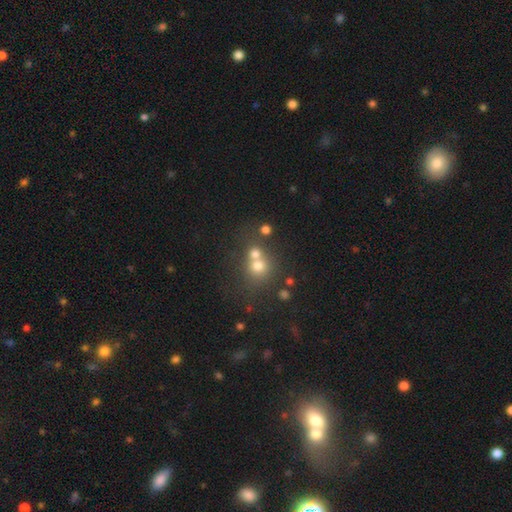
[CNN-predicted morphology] smooth 63%, star or artifact 20%, featured or disk 17%. Down the decision tree: how rounded — round (83%); merging — merger (47%).